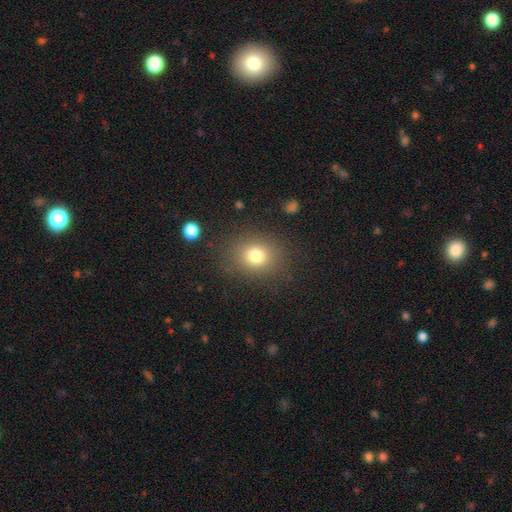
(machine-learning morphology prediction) Q: Smooth or featured?
A: smooth (77%); runner-up: star or artifact (14%)
Q: How rounded?
A: round (69%); runner-up: in between (30%)
Q: Merging?
A: none (84%); runner-up: minor disturbance (9%)